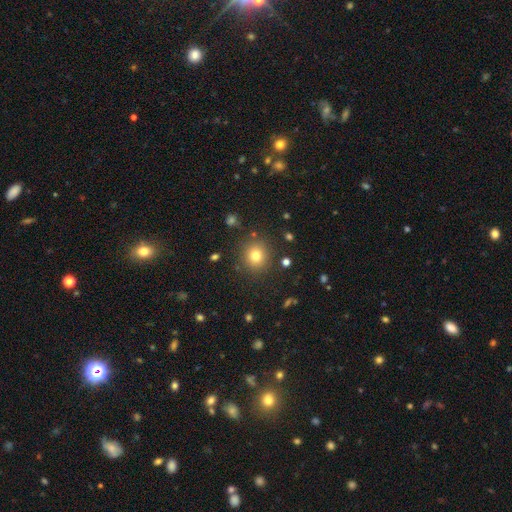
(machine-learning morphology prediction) Smooth or featured? smooth (78%)
How rounded? round (88%)
Merging? none (87%)